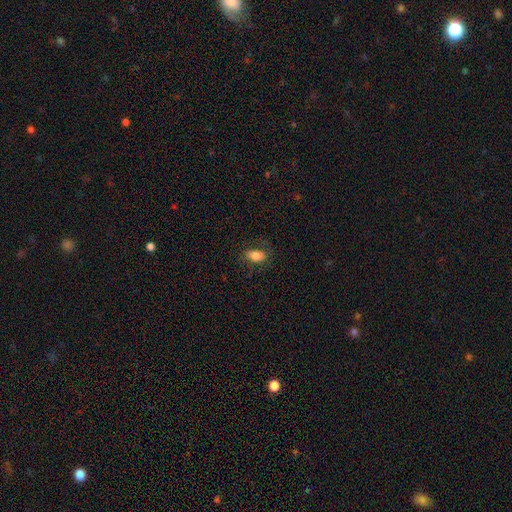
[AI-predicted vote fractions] This is likely a smooth galaxy (78%). How rounded: clearly in between (89%). Merging: likely none (75%).